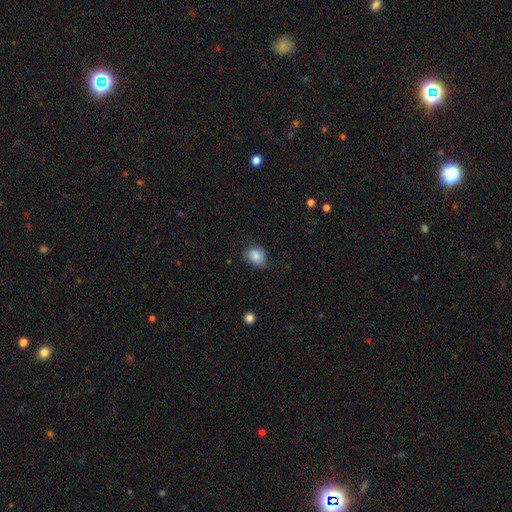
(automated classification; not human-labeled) Smooth or featured?
  - smooth: 85% *
  - star or artifact: 8%
  - featured or disk: 7%
How rounded?
  - in between: 59% *
  - round: 41%
  - cigar-shaped: 1%
Merging?
  - none: 65% *
  - minor disturbance: 28%
  - major disturbance: 6%
  - merger: 1%